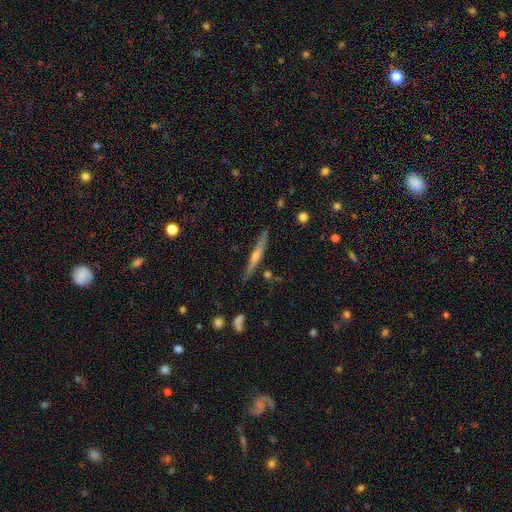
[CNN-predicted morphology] type=featured or disk (71%); edge-on=yes (98%); edge-on bulge=rounded (83%); merging=none (87%).